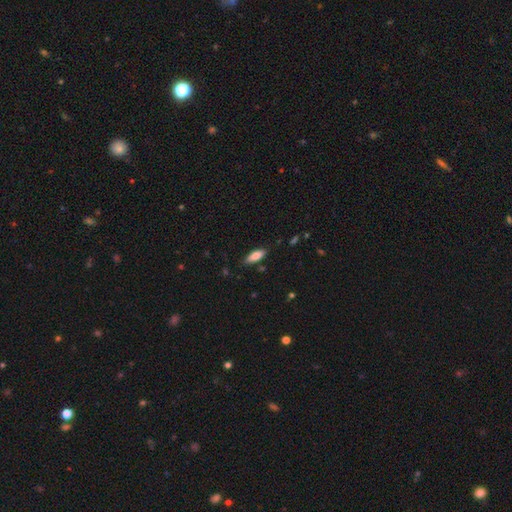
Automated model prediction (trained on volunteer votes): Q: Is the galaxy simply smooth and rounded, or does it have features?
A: smooth — 80%.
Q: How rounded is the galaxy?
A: in between — 64%.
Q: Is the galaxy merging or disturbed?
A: none — 84%.